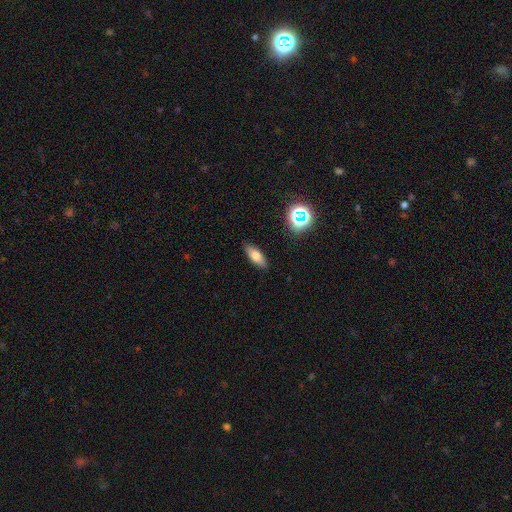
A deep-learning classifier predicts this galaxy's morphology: A smooth galaxy with no disk features (70%) that is in between round and cigar-shaped (70%). Merging: none (88%).